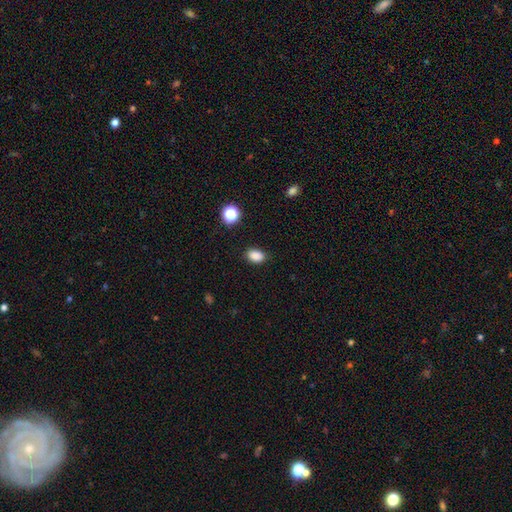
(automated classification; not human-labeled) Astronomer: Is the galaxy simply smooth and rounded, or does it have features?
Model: smooth — 86%.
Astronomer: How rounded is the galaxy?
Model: in between — 79%.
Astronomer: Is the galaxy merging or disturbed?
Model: none — 84%.